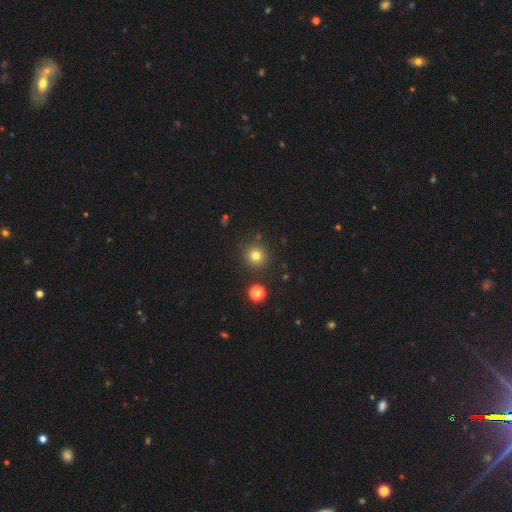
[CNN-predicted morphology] This is likely a smooth galaxy (79%). How rounded: clearly round (94%). Merging: clearly none (88%).